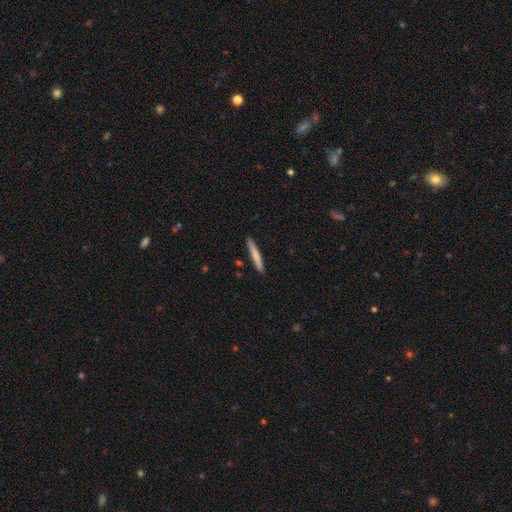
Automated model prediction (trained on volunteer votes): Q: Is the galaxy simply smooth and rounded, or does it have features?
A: smooth — 73%.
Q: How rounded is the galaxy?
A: cigar-shaped — 95%.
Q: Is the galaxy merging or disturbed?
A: none — 89%.